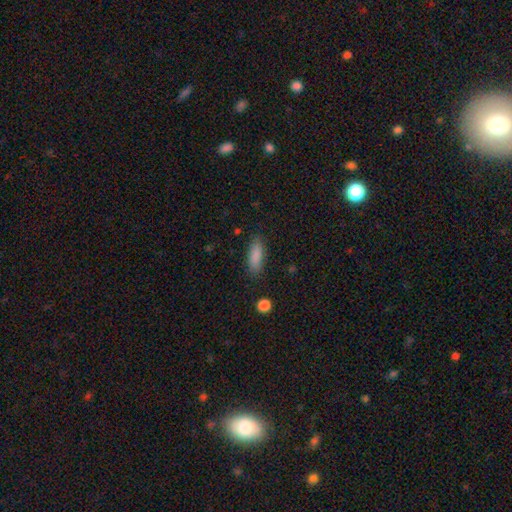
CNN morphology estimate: smooth 87%, star or artifact 7%, featured or disk 6%. Down the decision tree: how rounded — in between (62%); merging — none (85%).